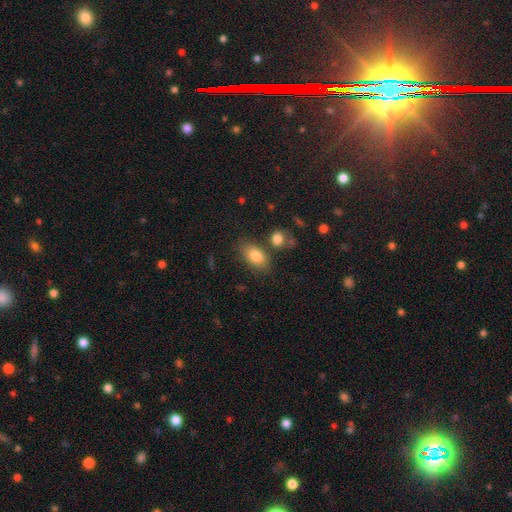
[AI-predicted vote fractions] smooth 82%, featured or disk 10%, star or artifact 7%. Down the decision tree: how rounded — in between (89%); merging — none (72%).